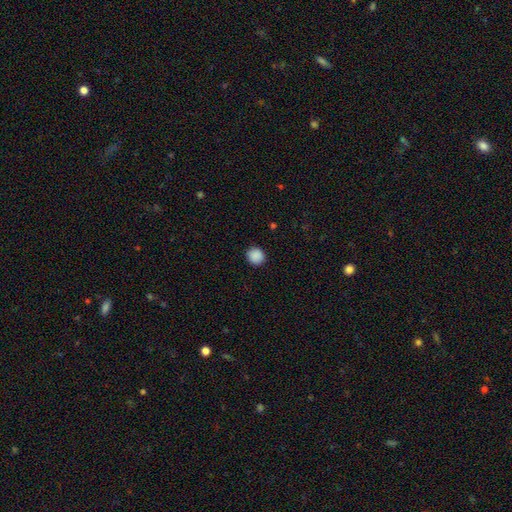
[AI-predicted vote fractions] This appears to be a smooth galaxy with no disk features (89%) that is round (89%). Merging: none (91%).